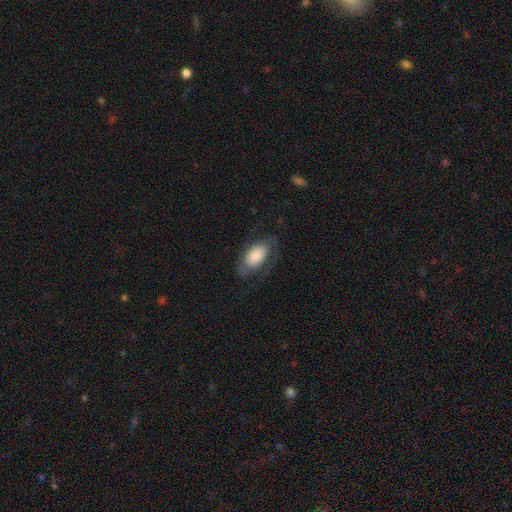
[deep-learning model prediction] Q: Smooth or featured?
A: smooth (69%); runner-up: featured or disk (25%)
Q: How rounded?
A: in between (94%); runner-up: round (4%)
Q: Merging?
A: none (63%); runner-up: minor disturbance (21%)